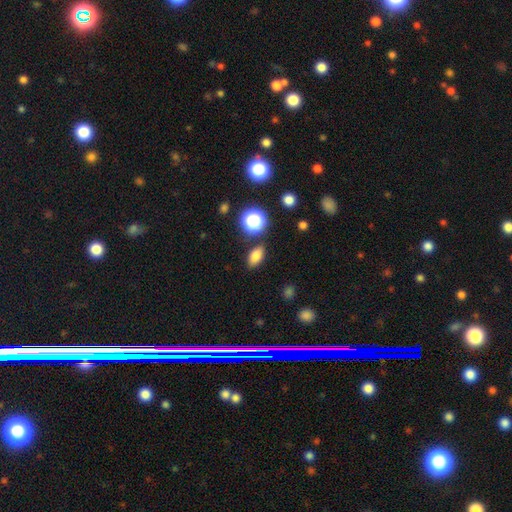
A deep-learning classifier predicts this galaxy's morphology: The model was most divided on "smooth or featured": smooth: 78%, star or artifact: 14%, featured or disk: 8%. More confident: merging — none (84%); how rounded — in between (84%).